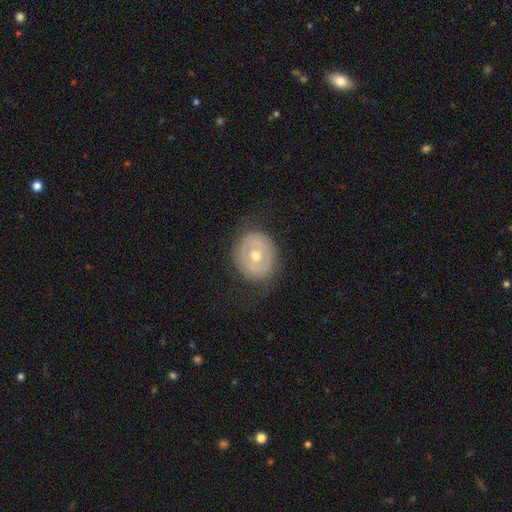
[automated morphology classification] Smooth or featured? featured or disk (56%)
Edge-on disk? no (95%)
Bar? no (79%)
Spiral arms? no (76%)
Bulge size? moderate (73%)
Merging? none (77%)